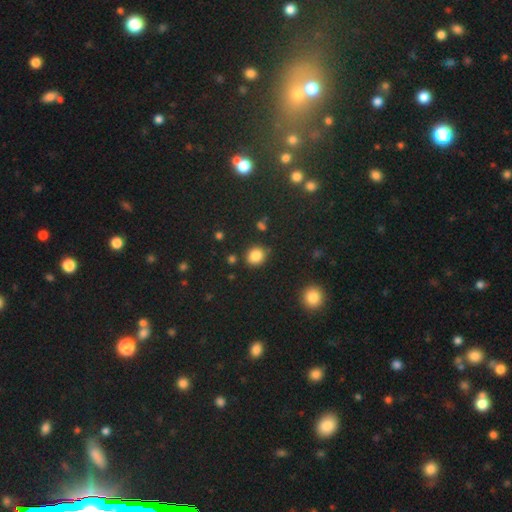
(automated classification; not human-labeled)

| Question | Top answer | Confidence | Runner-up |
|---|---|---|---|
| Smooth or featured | smooth | 84% | star or artifact (11%) |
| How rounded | round | 78% | in between (21%) |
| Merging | none | 83% | minor disturbance (11%) |